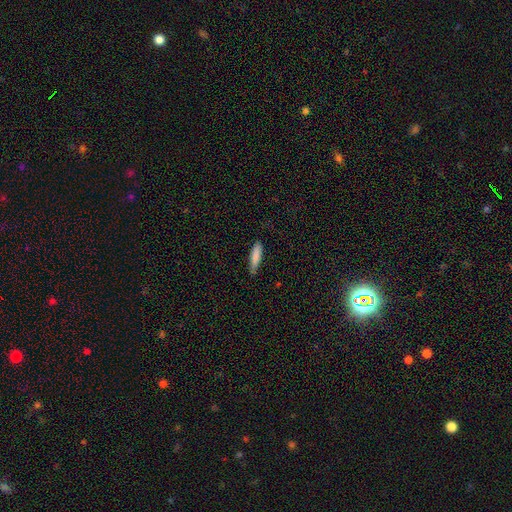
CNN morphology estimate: Q: Smooth or featured?
A: smooth (84%); runner-up: featured or disk (9%)
Q: How rounded?
A: cigar-shaped (76%); runner-up: in between (23%)
Q: Merging?
A: none (76%); runner-up: minor disturbance (20%)